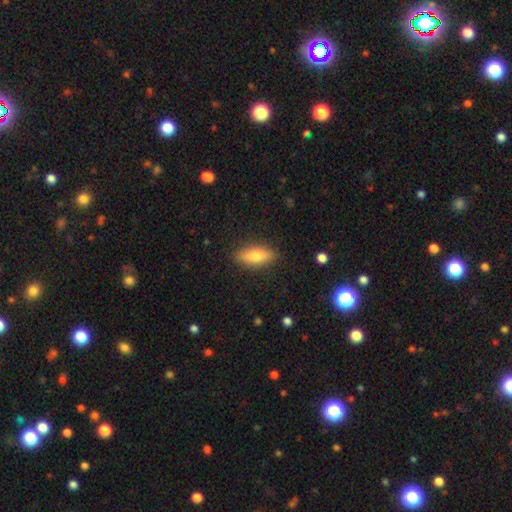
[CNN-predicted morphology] smooth_or_featured: smooth (p=0.64) [alt: featured or disk p=0.29]
how_rounded: in between (p=0.62) [alt: cigar-shaped p=0.34]
merging: none (p=0.87) [alt: minor disturbance p=0.10]